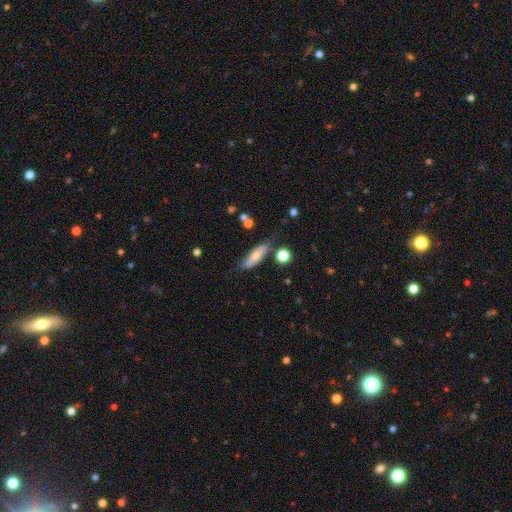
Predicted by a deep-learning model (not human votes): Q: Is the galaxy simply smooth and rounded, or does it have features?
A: smooth — 64%.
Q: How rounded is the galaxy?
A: cigar-shaped — 53%.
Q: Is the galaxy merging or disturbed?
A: none — 63%.